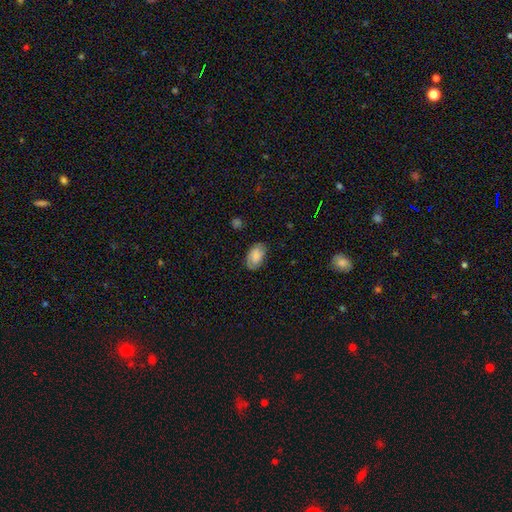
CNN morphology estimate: smooth-or-featured: smooth: 75% | featured or disk: 17% | star or artifact: 8%
  how-rounded: in between: 93% | round: 5% | cigar-shaped: 1%
  merging: none: 79% | minor disturbance: 16% | major disturbance: 4% | merger: 1%